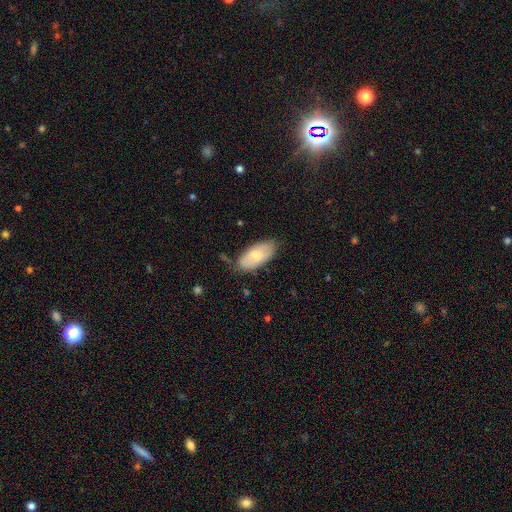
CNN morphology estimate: smooth-or-featured: smooth: 67% | featured or disk: 27% | star or artifact: 6%
  how-rounded: in between: 93% | cigar-shaped: 4% | round: 3%
  merging: none: 70% | minor disturbance: 23% | major disturbance: 4% | merger: 2%